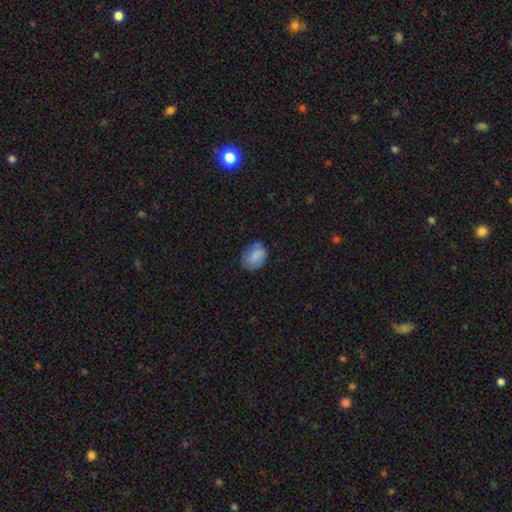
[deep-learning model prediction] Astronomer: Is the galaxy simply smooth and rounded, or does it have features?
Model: smooth — 73%.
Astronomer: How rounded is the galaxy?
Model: in between — 72%.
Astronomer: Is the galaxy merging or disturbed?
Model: none — 63%.